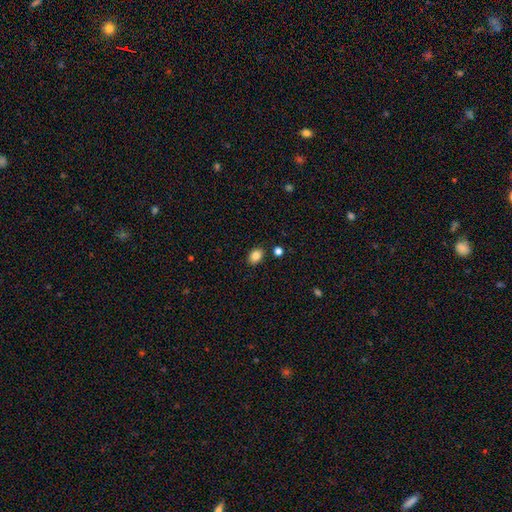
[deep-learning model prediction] smooth_or_featured: smooth (p=0.85) [alt: star or artifact p=0.10]
how_rounded: in between (p=0.75) [alt: round p=0.24]
merging: none (p=0.86) [alt: minor disturbance p=0.09]